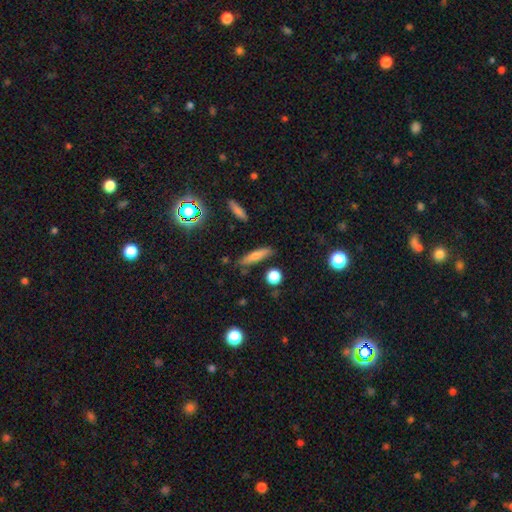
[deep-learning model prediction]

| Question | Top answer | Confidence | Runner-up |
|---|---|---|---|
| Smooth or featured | smooth | 73% | featured or disk (17%) |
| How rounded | cigar-shaped | 75% | in between (22%) |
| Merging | none | 79% | minor disturbance (14%) |